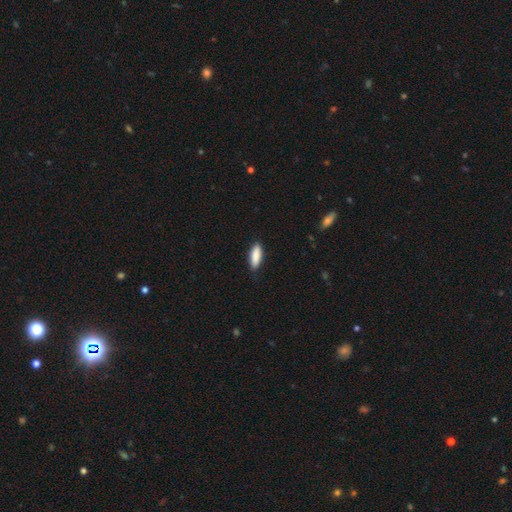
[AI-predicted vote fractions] This appears to be a smooth galaxy with no disk features (88%) that is in between round and cigar-shaped (57%). Merging: none (86%).